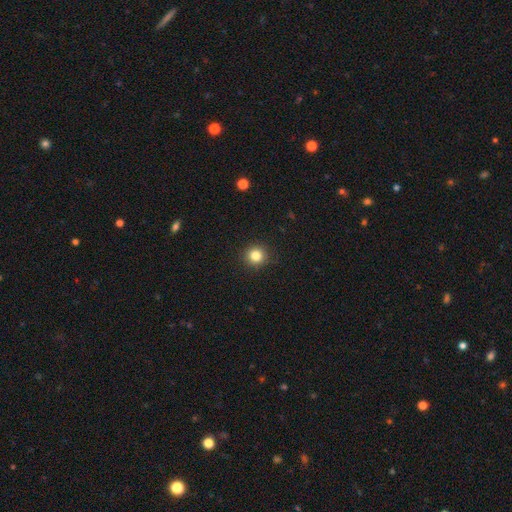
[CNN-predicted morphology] Smooth or featured? Predicted: smooth (p=0.83). How rounded? Predicted: round (p=0.93). Merging? Predicted: none (p=0.90).